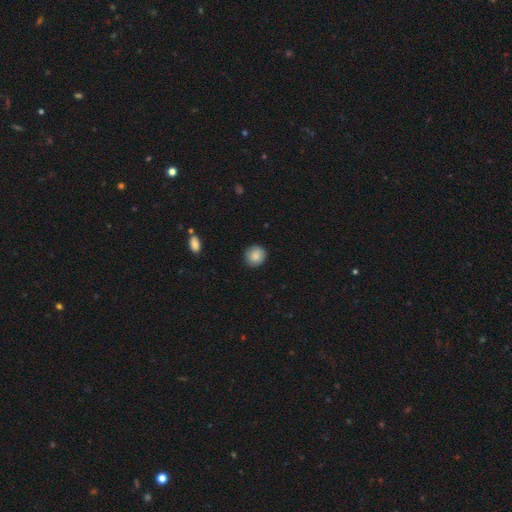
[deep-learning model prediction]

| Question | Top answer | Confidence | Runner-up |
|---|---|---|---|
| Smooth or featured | smooth | 87% | star or artifact (8%) |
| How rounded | round | 89% | in between (10%) |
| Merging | none | 88% | minor disturbance (9%) |